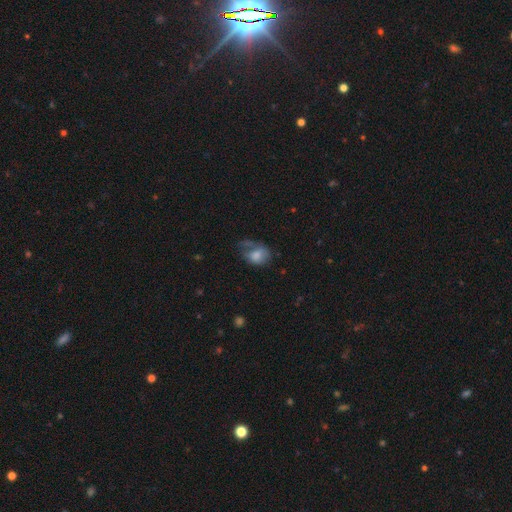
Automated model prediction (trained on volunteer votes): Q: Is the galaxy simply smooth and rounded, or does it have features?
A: smooth — 67%.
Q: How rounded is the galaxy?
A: in between — 67%.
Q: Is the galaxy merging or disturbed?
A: major disturbance — 36%.